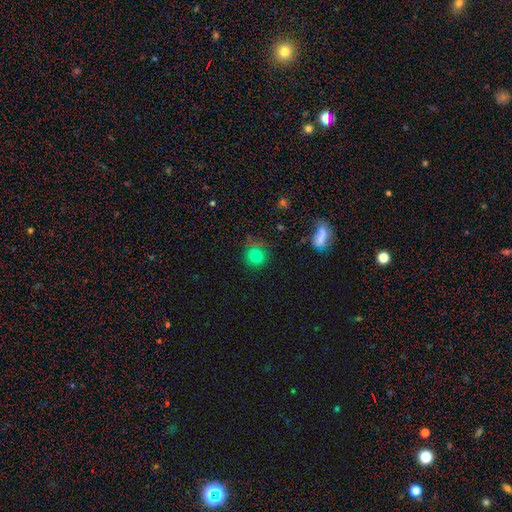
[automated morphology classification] This is likely a smooth galaxy (76%). How rounded: clearly round (89%). Merging: likely none (75%).